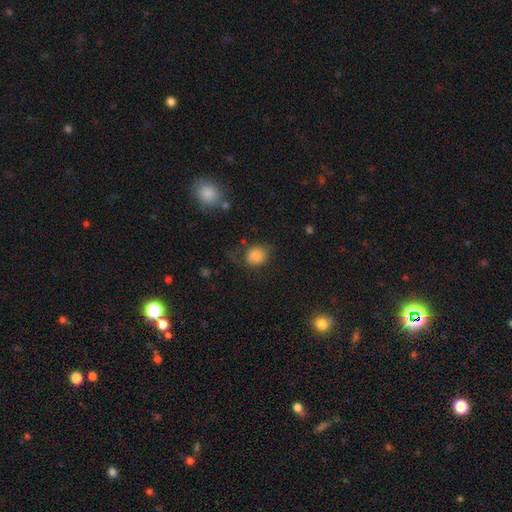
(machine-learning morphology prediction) Smooth or featured: smooth — 83% (star or artifact — 9%)
How rounded: round — 66% (in between — 33%)
Merging: none — 60% (minor disturbance — 22%)